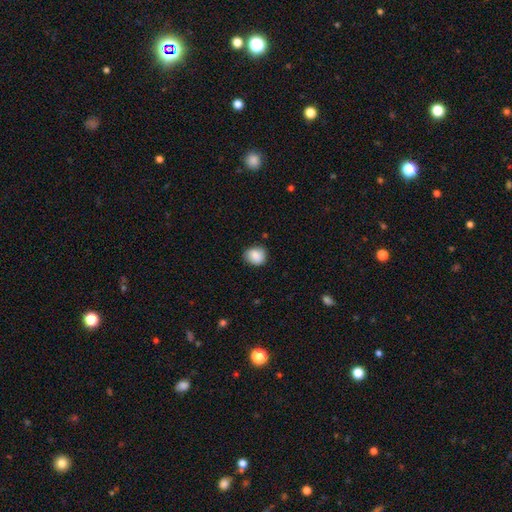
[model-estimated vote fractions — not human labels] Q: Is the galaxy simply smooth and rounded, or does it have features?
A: smooth — 86%.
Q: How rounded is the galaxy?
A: round — 74%.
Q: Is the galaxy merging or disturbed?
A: none — 79%.